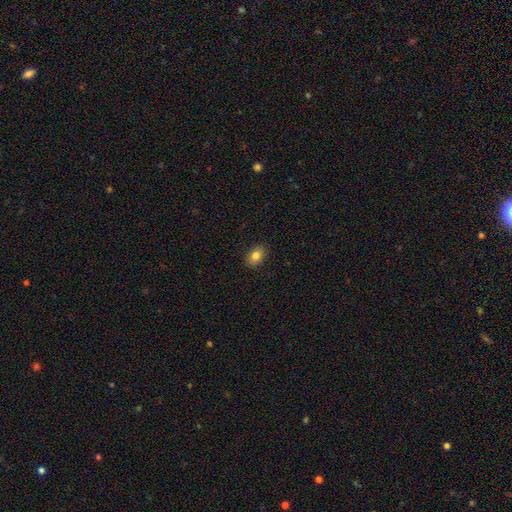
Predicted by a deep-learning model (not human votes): A smooth galaxy with no disk features (83%) that is in between round and cigar-shaped (80%). Merging: none (89%).